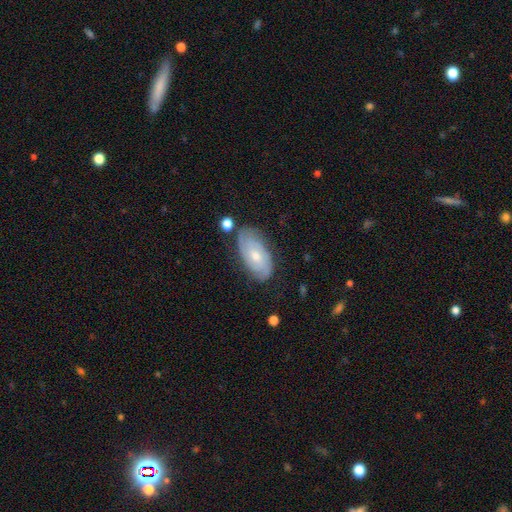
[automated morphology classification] A featured or disk galaxy (67%) with no bar (65%), 2 (40%) tight (64%) spiral arms (89%) and a moderate central bulge (50%).

Vote fractions:
- Smooth or featured? featured or disk: 67% / smooth: 27% / star or artifact: 7%
- Edge-on disk? no: 93% / yes: 7%
- Bar? no: 65% / weak: 30% / strong: 5%
- Spiral arms? yes: 89% / no: 11%
- Spiral winding? tight: 64% / medium: 28% / loose: 8%
- Spiral arm count? 2: 40% / can't tell: 37% / 3: 12% / 4: 5% / 1: 4% / more than 4: 3%
- Bulge size? moderate: 50% / small: 45% / large: 2% / none: 2% / dominant: 1%
- Merging? none: 73% / minor disturbance: 19% / major disturbance: 5% / merger: 4%